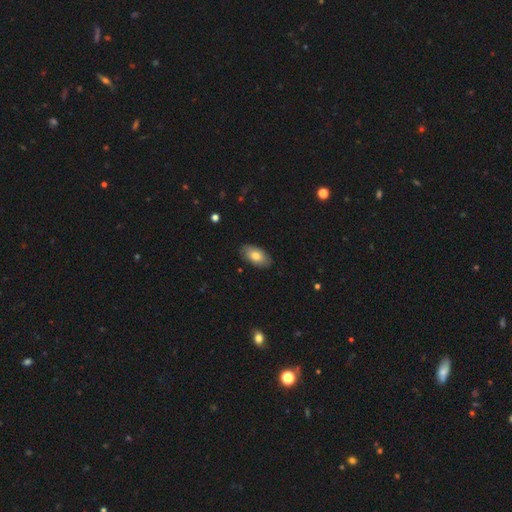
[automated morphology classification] type=smooth (74%); roundness=in between (94%); merging=none (85%).